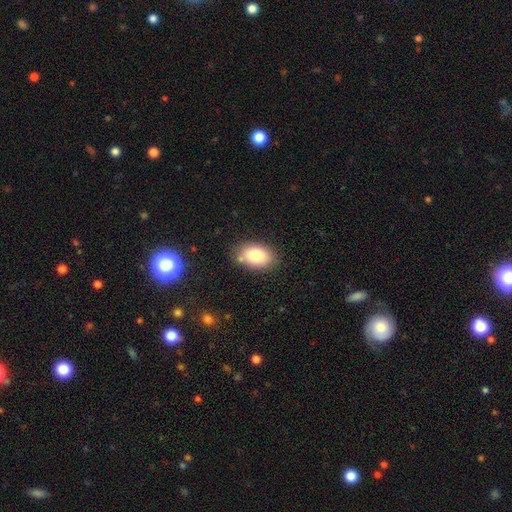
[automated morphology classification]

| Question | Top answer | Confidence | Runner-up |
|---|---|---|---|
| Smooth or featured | smooth | 84% | featured or disk (8%) |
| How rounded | in between | 91% | round (8%) |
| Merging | none | 78% | minor disturbance (14%) |